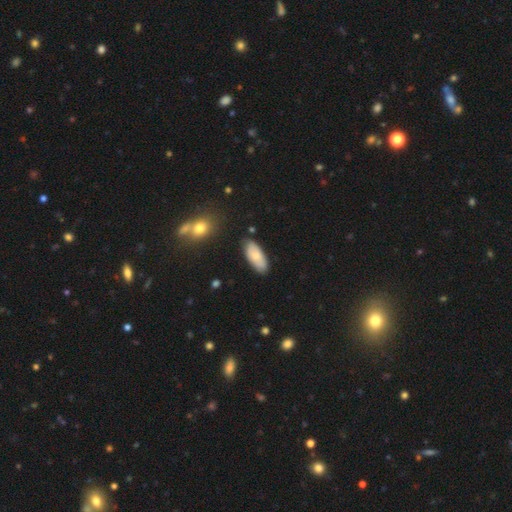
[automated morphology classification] smooth-or-featured: smooth: 71% | featured or disk: 23% | star or artifact: 6%
  how-rounded: in between: 85% | cigar-shaped: 12% | round: 2%
  merging: none: 83% | minor disturbance: 12% | major disturbance: 2% | merger: 2%